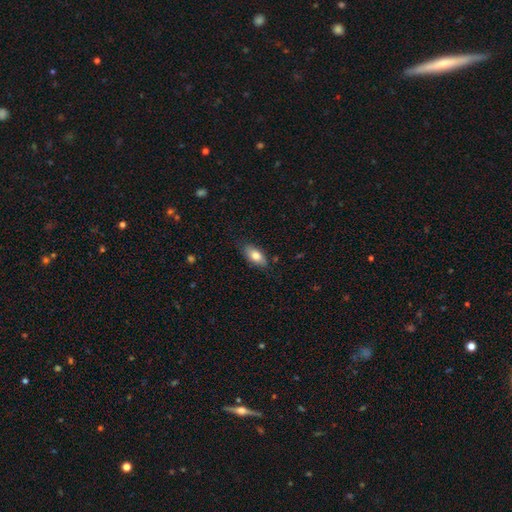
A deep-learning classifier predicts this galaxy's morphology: smooth 78%, featured or disk 15%, star or artifact 7%. Down the decision tree: how rounded — in between (89%); merging — none (80%).